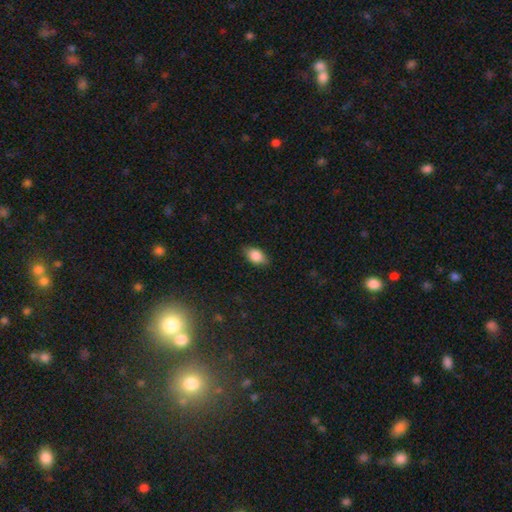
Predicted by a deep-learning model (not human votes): smooth 85%, star or artifact 8%, featured or disk 7%. Down the decision tree: how rounded — in between (89%); merging — none (83%).